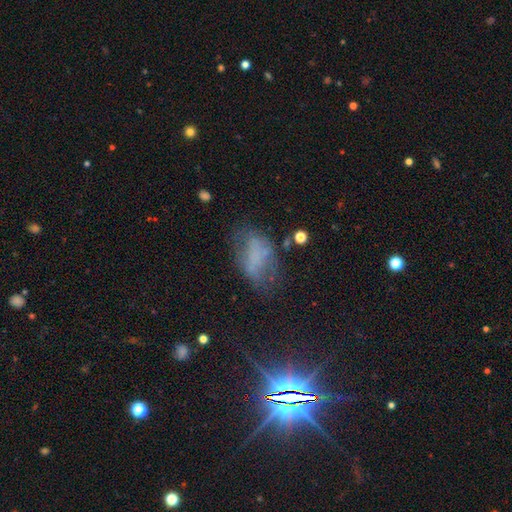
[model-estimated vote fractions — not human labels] A smooth galaxy with no disk features (41%). Merging: none (47%).